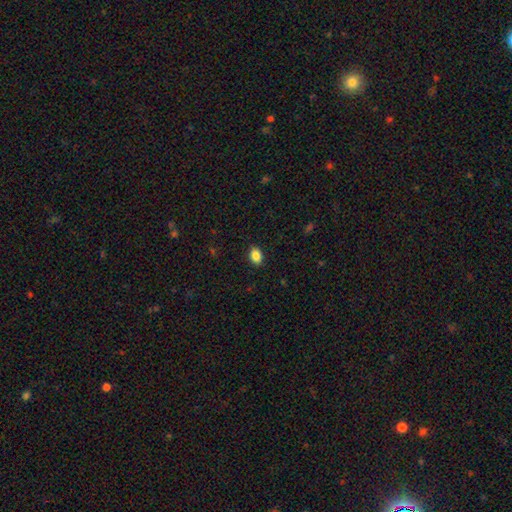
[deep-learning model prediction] A smooth galaxy with no disk features (87%) that is in between round and cigar-shaped (81%). Merging: none (89%).